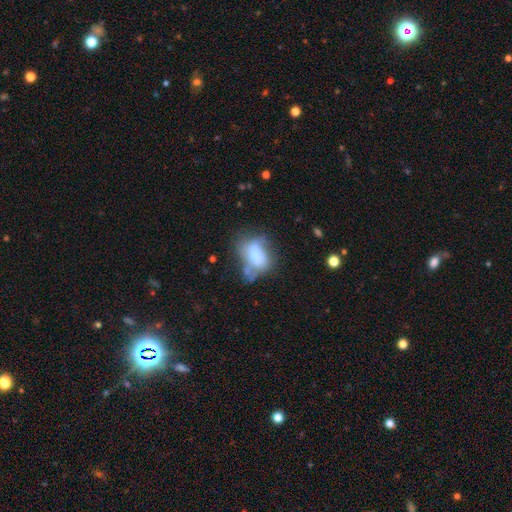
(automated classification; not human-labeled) smooth 55%, featured or disk 34%, star or artifact 11%. Down the decision tree: how rounded — in between (83%); merging — major disturbance (28%).